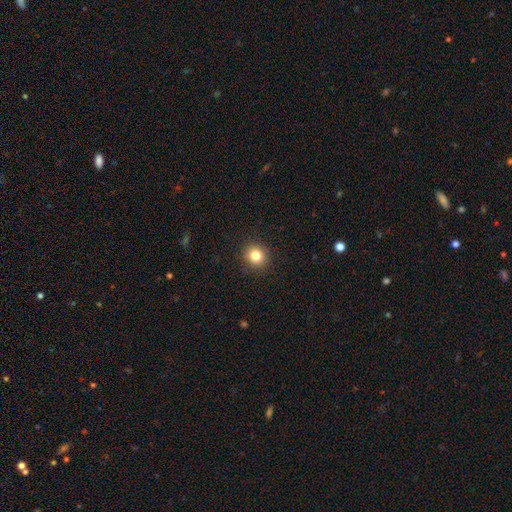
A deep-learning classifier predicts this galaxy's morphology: Q: Smooth or featured?
A: smooth (82%); runner-up: star or artifact (12%)
Q: How rounded?
A: round (87%); runner-up: in between (12%)
Q: Merging?
A: none (91%); runner-up: minor disturbance (6%)